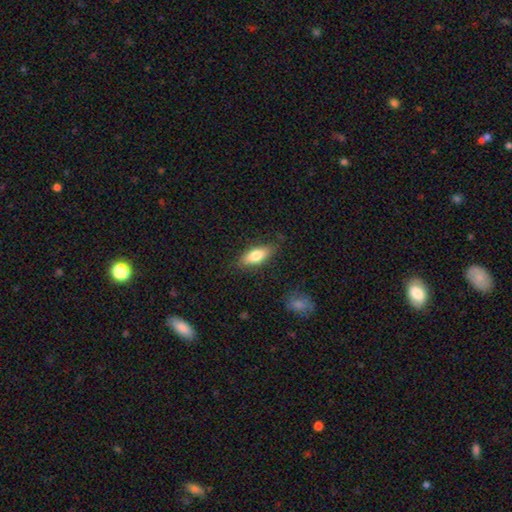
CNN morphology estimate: This is likely a smooth galaxy (77%). How rounded: likely in between (74%). Merging: clearly none (82%).